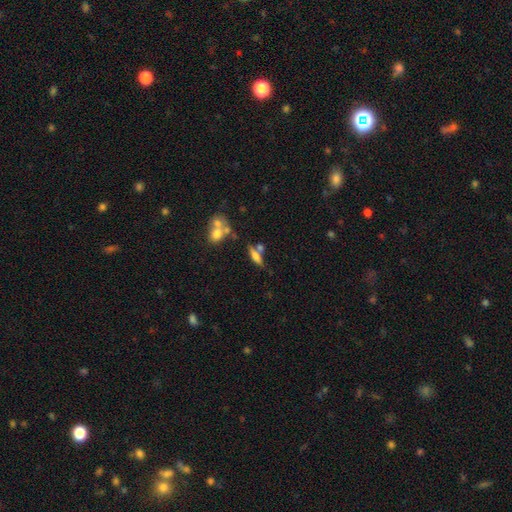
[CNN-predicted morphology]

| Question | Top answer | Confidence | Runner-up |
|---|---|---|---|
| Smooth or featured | smooth | 54% | featured or disk (36%) |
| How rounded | cigar-shaped | 49% | in between (46%) |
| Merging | none | 52% | merger (26%) |